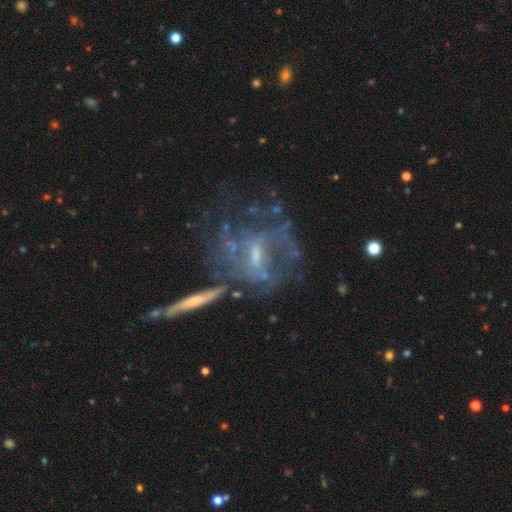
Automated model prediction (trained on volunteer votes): Smooth or featured? featured or disk (78%)
Edge-on disk? no (90%)
Bar? weak (47%)
Spiral arms? yes (68%)
Bulge size? small (42%)
Merging? none (48%)